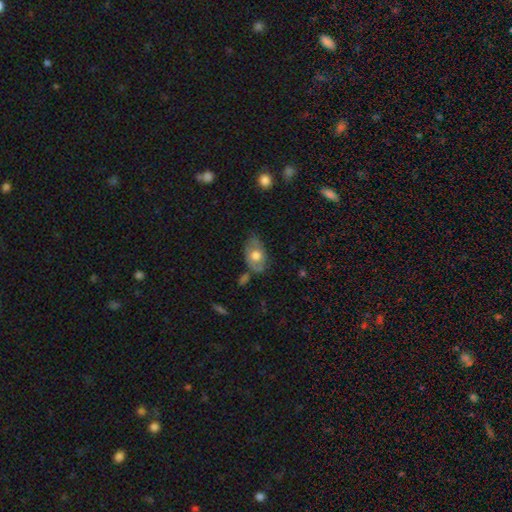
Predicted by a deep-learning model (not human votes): Smooth or featured: smooth — 56% (featured or disk — 38%)
How rounded: in between — 89% (round — 9%)
Merging: none — 56% (minor disturbance — 30%)